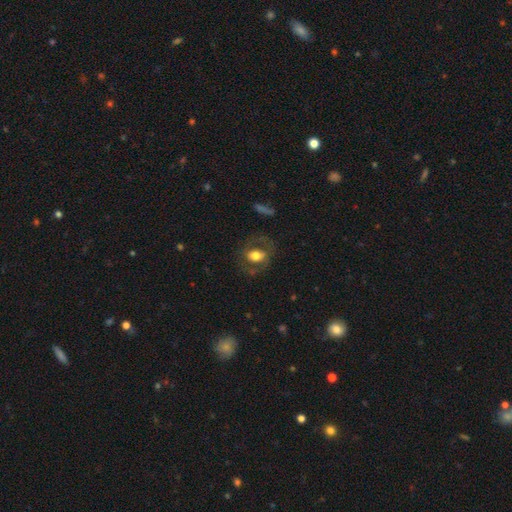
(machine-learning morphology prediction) smooth 51%, featured or disk 41%, star or artifact 8%. Down the decision tree: how rounded — in between (61%); merging — none (68%).